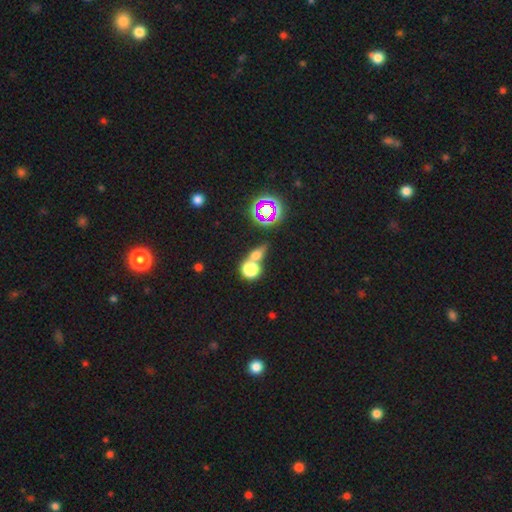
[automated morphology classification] Q: Smooth or featured?
A: smooth (64%); runner-up: star or artifact (24%)
Q: How rounded?
A: round (67%); runner-up: in between (26%)
Q: Merging?
A: merger (44%); tied with: none (44%)